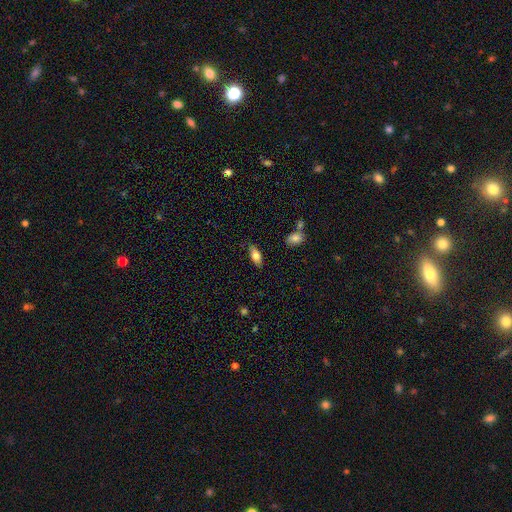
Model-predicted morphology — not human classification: Smooth or featured?
  - smooth: 73% *
  - featured or disk: 20%
  - star or artifact: 7%
How rounded?
  - in between: 83% *
  - cigar-shaped: 14%
  - round: 3%
Merging?
  - none: 83% *
  - minor disturbance: 12%
  - major disturbance: 3%
  - merger: 2%